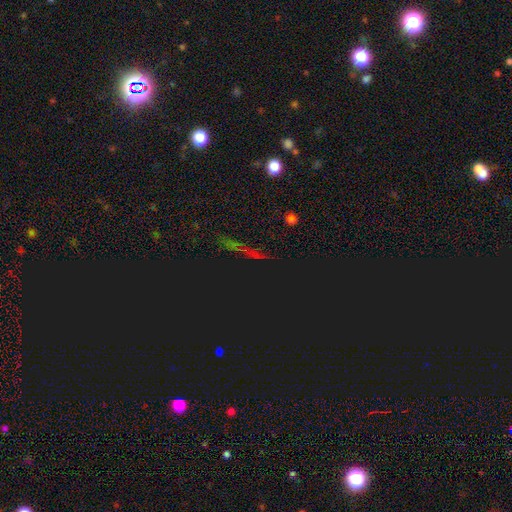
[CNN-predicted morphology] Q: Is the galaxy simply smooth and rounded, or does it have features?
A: star or artifact — 76%.